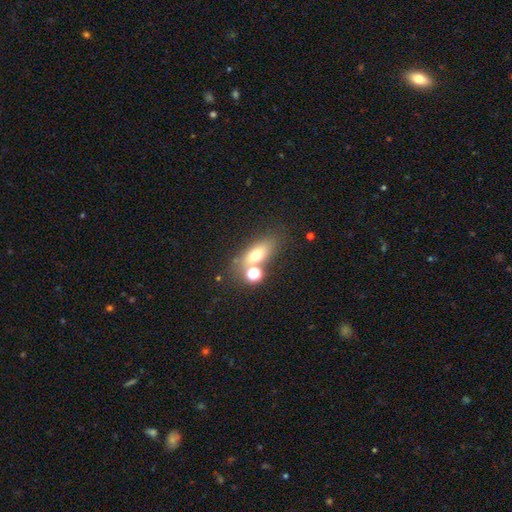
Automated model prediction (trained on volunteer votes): This is likely a smooth galaxy (64%). How rounded: likely in between (63%). Merging: possibly none (56%).